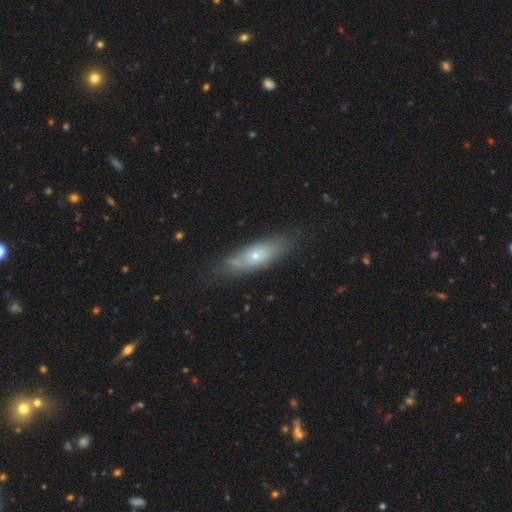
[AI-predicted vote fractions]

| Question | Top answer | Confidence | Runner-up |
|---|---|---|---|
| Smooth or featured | smooth | 50% | featured or disk (42%) |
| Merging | none | 73% | minor disturbance (20%) |